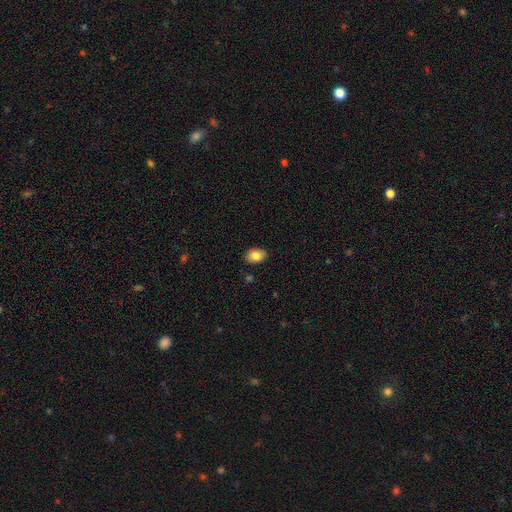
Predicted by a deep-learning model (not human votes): smooth_or_featured: smooth (p=0.85) [alt: star or artifact p=0.08]
how_rounded: in between (p=0.79) [alt: round p=0.20]
merging: none (p=0.87) [alt: minor disturbance p=0.09]